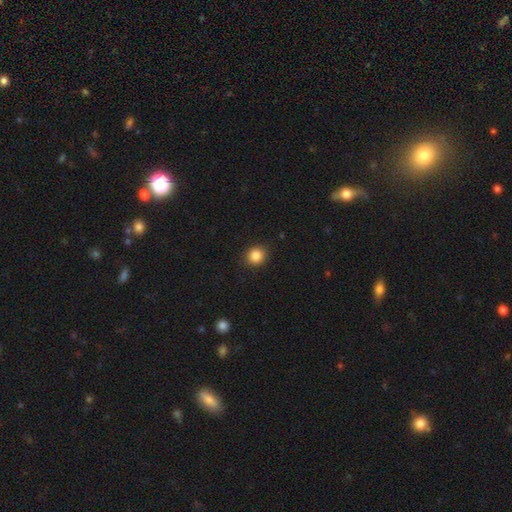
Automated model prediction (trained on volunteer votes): Morphology: type=smooth (86%); roundness=round (83%); merging=none (89%).